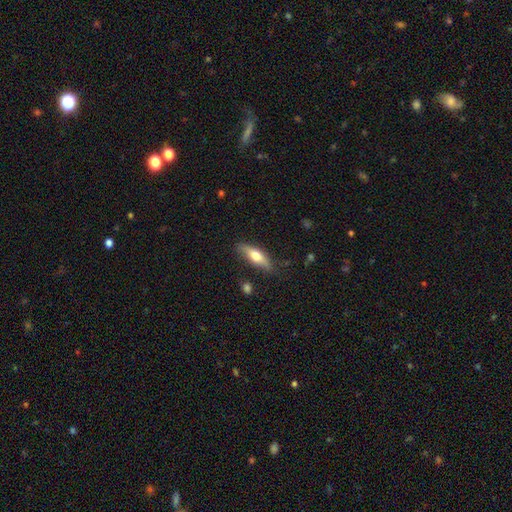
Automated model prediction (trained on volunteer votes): Q: Smooth or featured?
A: smooth (59%); runner-up: featured or disk (35%)
Q: How rounded?
A: cigar-shaped (49%); tied with: in between (49%)
Q: Merging?
A: none (77%); runner-up: minor disturbance (17%)